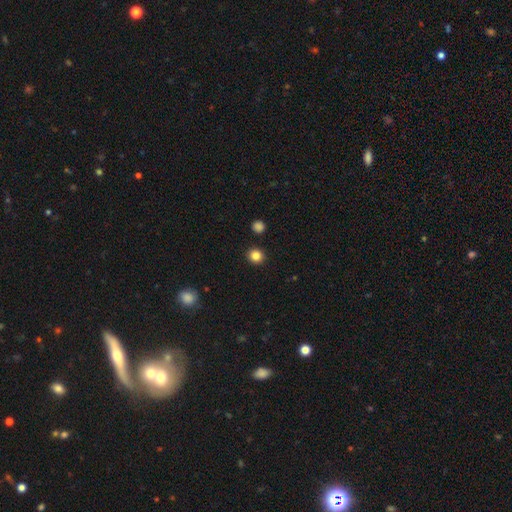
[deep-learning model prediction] smooth_or_featured: smooth (p=0.84) [alt: star or artifact p=0.12]
how_rounded: round (p=0.90) [alt: in between p=0.09]
merging: none (p=0.92) [alt: minor disturbance p=0.05]